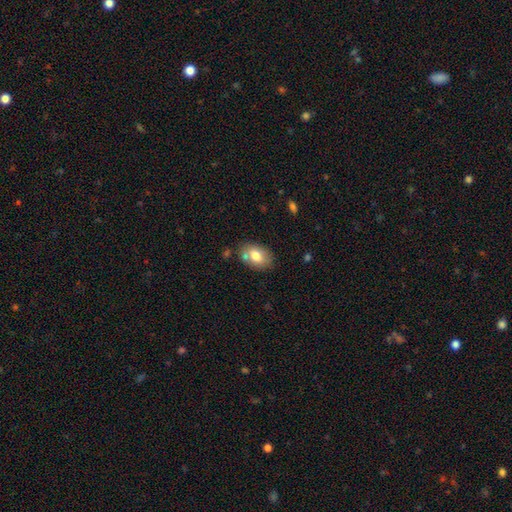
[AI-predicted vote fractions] A smooth galaxy with no disk features (75%) that is in between round and cigar-shaped (84%).

Vote fractions:
- Smooth or featured? smooth: 75% / featured or disk: 17% / star or artifact: 8%
- How rounded? in between: 84% / round: 15% / cigar-shaped: 1%
- Merging? none: 70% / minor disturbance: 15% / merger: 11% / major disturbance: 4%